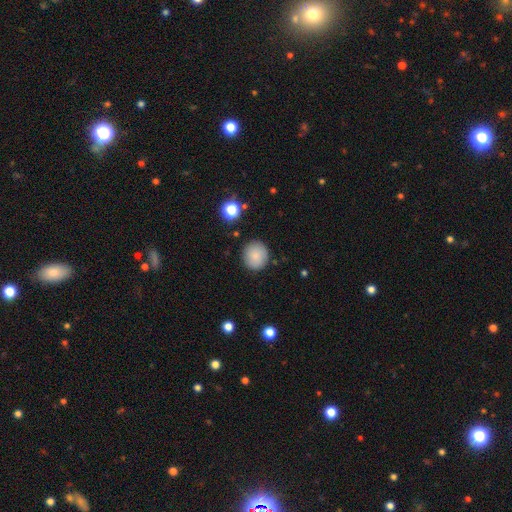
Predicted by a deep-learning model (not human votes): Smooth or featured? smooth (85%)
How rounded? round (88%)
Merging? none (88%)